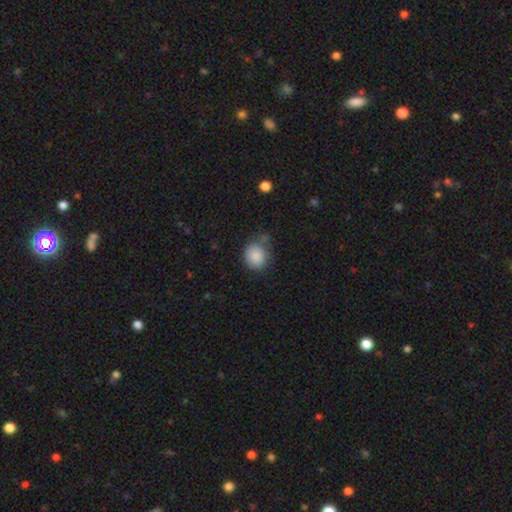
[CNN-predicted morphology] smooth-or-featured: smooth: 86% | star or artifact: 8% | featured or disk: 6%
  how-rounded: round: 81% | in between: 18% | cigar-shaped: 1%
  merging: none: 63% | minor disturbance: 24% | major disturbance: 8% | merger: 6%